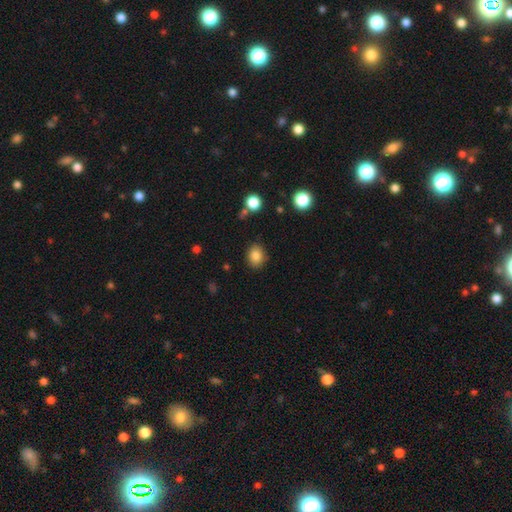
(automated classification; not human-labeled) Smooth or featured?
  - smooth: 84% *
  - star or artifact: 10%
  - featured or disk: 5%
How rounded?
  - round: 54% *
  - in between: 45%
  - cigar-shaped: 1%
Merging?
  - none: 86% *
  - minor disturbance: 10%
  - major disturbance: 3%
  - merger: 2%